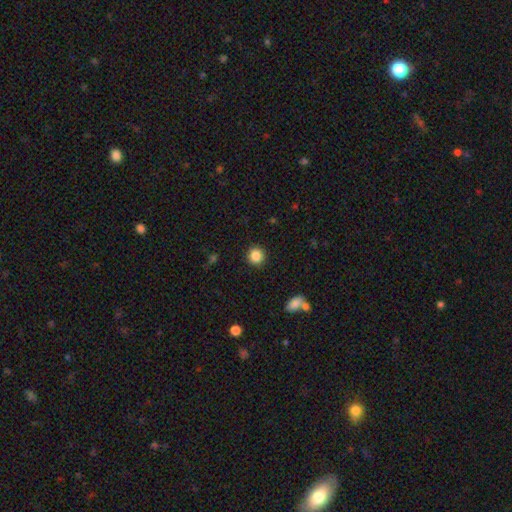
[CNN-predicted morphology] Overall: smooth (87%). How rounded: round (91%). Merging: none (91%).